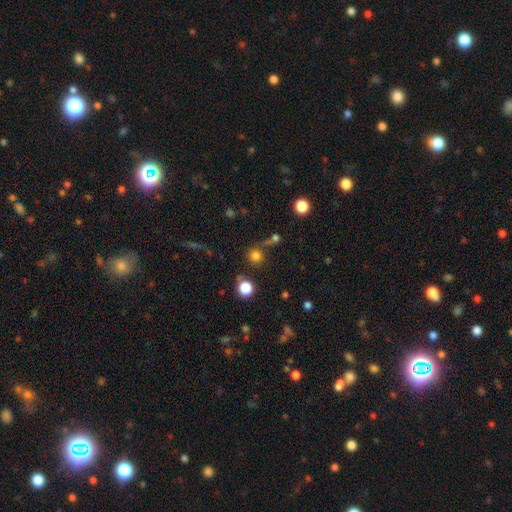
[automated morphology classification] Smooth or featured: smooth — 75% (star or artifact — 19%)
How rounded: round — 92% (in between — 7%)
Merging: none — 71% (merger — 14%)